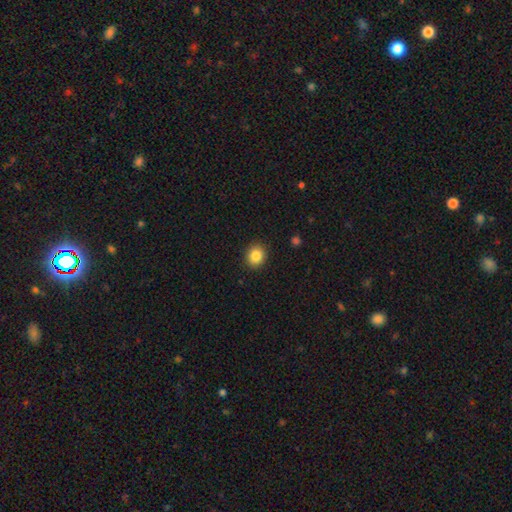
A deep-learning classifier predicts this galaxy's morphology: A smooth galaxy with no disk features (86%) that is round (75%). Merging: none (90%).